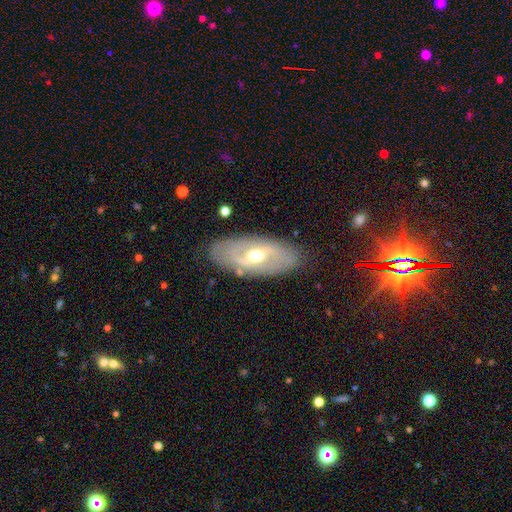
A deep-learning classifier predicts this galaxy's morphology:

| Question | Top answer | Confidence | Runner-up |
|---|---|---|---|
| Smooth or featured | featured or disk | 70% | smooth (25%) |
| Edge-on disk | no | 89% | yes (11%) |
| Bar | weak | 45% | no (34%) |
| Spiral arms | yes | 63% | no (37%) |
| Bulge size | moderate | 71% | small (21%) |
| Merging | none | 81% | minor disturbance (13%) |